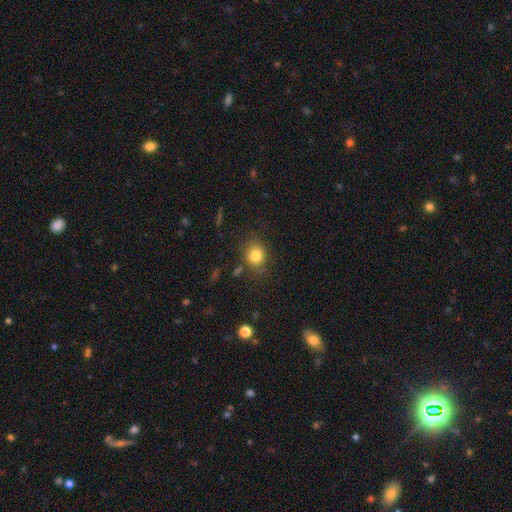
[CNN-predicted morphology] smooth_or_featured: smooth (p=0.81) [alt: star or artifact p=0.12]
how_rounded: round (p=0.79) [alt: in between p=0.20]
merging: none (p=0.77) [alt: minor disturbance p=0.15]